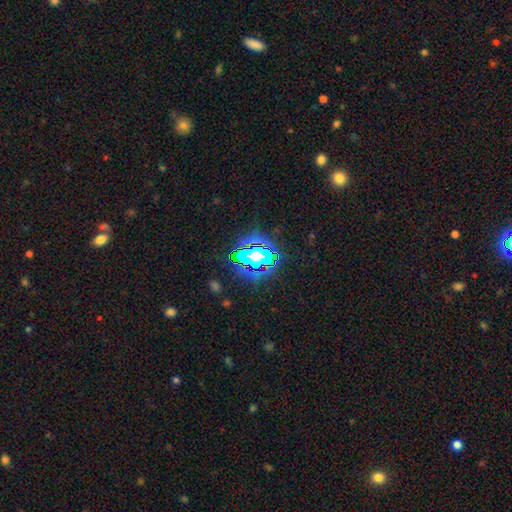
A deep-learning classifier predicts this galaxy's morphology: Smooth or featured? star or artifact (75%)